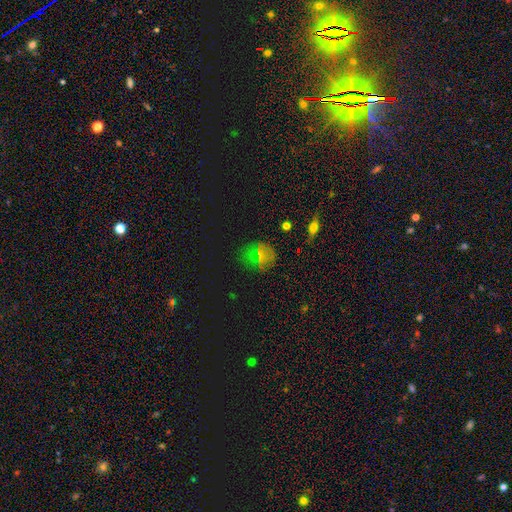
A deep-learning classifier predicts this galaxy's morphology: A star or artifact, not a galaxy (42%, tied with smooth).